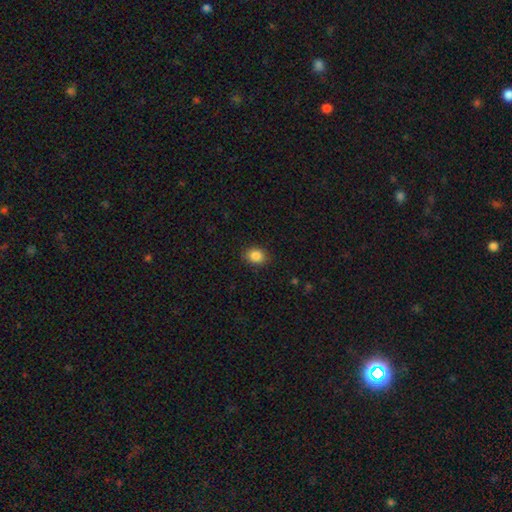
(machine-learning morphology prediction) smooth 87%, star or artifact 9%, featured or disk 4%. Down the decision tree: how rounded — in between (52%); merging — none (89%).